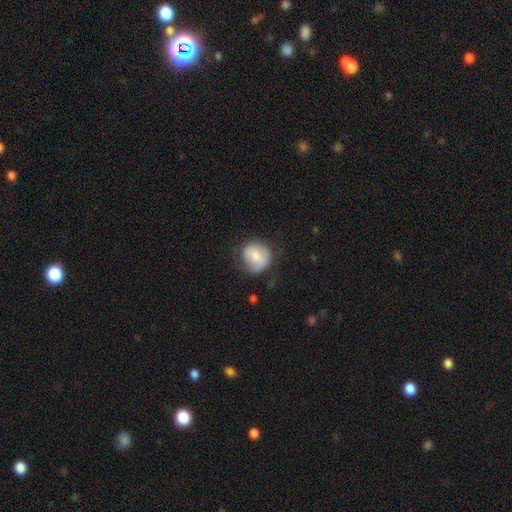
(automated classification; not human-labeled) The model was most divided on "merging": none: 67%, minor disturbance: 23%, major disturbance: 8%, merger: 2%. More confident: how rounded — round (87%); smooth or featured — smooth (71%).